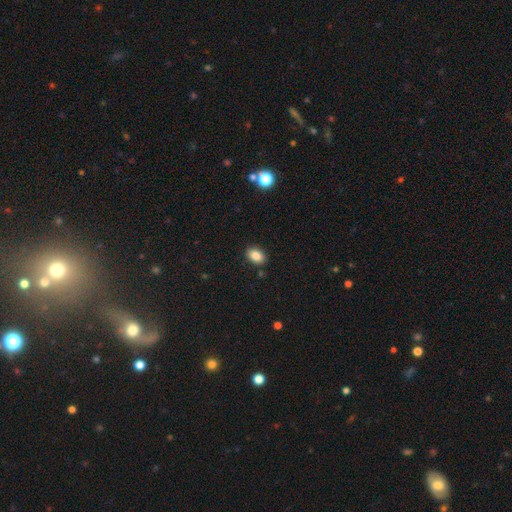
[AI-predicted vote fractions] A smooth galaxy with no disk features (86%) that is in between round and cigar-shaped (82%).

Vote fractions:
- Smooth or featured? smooth: 86% / star or artifact: 9% / featured or disk: 5%
- How rounded? in between: 82% / round: 17% / cigar-shaped: 1%
- Merging? none: 87% / minor disturbance: 9% / major disturbance: 2% / merger: 2%